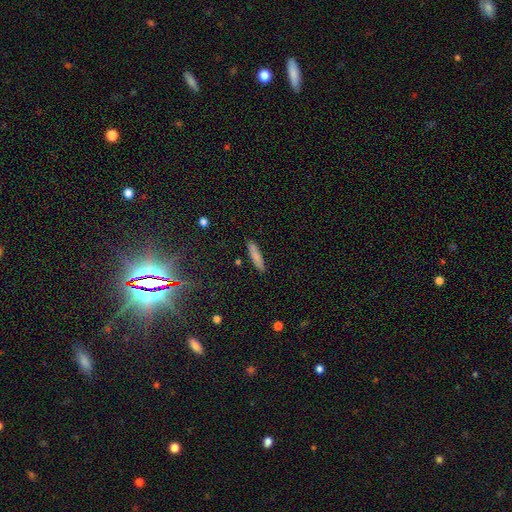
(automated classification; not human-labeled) This is likely a smooth galaxy (79%). How rounded: clearly cigar-shaped (82%). Merging: clearly none (86%).